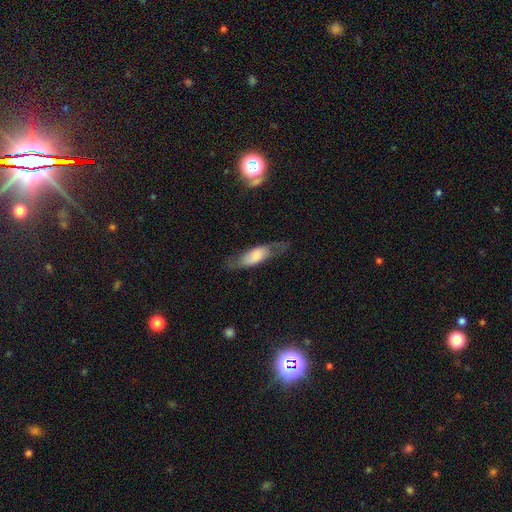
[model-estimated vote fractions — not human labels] Smooth or featured: smooth — 54% (featured or disk — 39%)
How rounded: in between — 64% (cigar-shaped — 33%)
Merging: none — 60% (minor disturbance — 23%)